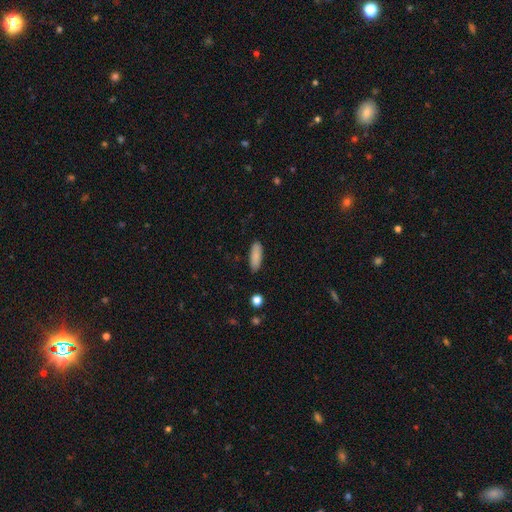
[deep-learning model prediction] Overall: smooth (86%). How rounded: in between (64%; cigar-shaped 34%). Merging: none (87%).